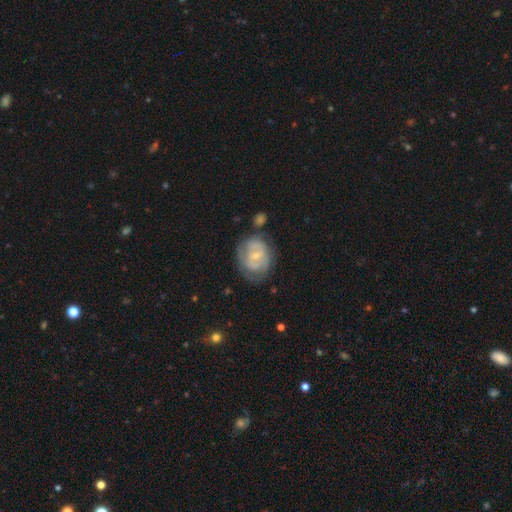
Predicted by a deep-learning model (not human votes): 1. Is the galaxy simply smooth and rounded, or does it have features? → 64% featured or disk, 30% smooth, 7% star or artifact.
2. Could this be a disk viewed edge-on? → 97% no, 3% yes.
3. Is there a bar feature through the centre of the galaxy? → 47% weak, 42% no, 11% strong.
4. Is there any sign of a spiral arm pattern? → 68% yes, 32% no.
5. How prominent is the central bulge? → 61% small, 32% moderate, 4% none, 2% large, 1% dominant.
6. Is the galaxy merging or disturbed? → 56% none, 25% minor disturbance, 13% major disturbance, 6% merger.